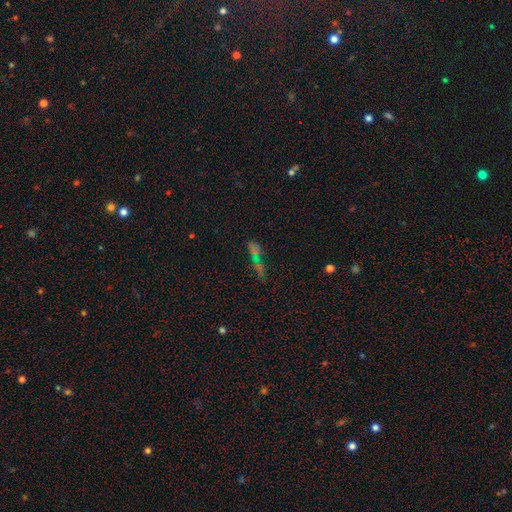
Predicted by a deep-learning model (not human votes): A star or artifact, not a galaxy (40%).

Vote fractions:
- Smooth or featured? star or artifact: 40% / smooth: 38% / featured or disk: 22%